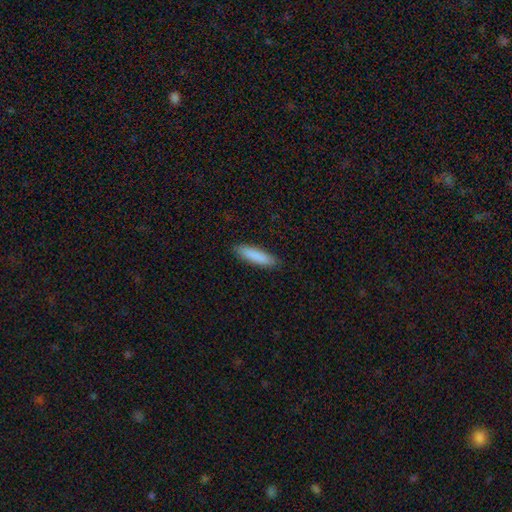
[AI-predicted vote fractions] smooth_or_featured: smooth (p=0.87) [alt: featured or disk p=0.07]
how_rounded: cigar-shaped (p=0.74) [alt: in between p=0.24]
merging: none (p=0.88) [alt: minor disturbance p=0.09]